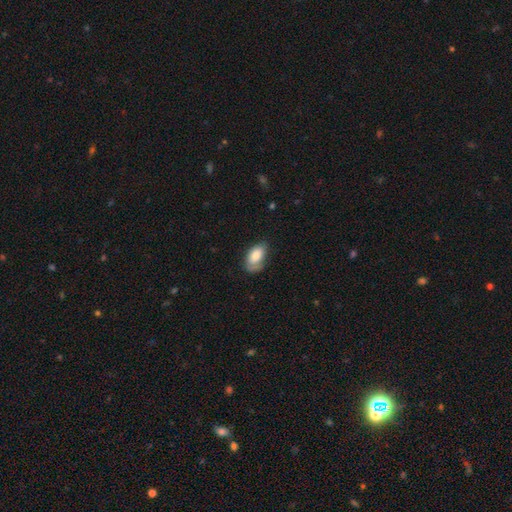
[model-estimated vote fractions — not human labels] Overall: smooth (76%). How rounded: in between (93%). Merging: none (49%; minor disturbance 34%).